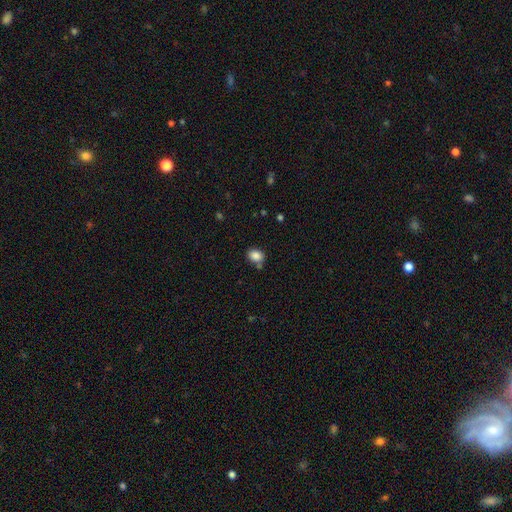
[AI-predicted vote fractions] smooth-or-featured: smooth: 85% | star or artifact: 10% | featured or disk: 5%
  how-rounded: in between: 59% | round: 40% | cigar-shaped: 1%
  merging: none: 74% | minor disturbance: 14% | merger: 9% | major disturbance: 3%